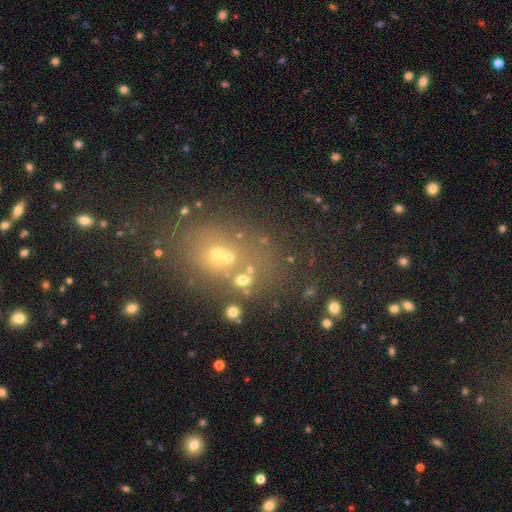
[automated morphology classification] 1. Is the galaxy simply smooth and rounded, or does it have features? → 43% smooth, 38% star or artifact, 19% featured or disk.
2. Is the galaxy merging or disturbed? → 57% none, 22% merger, 12% minor disturbance, 8% major disturbance.